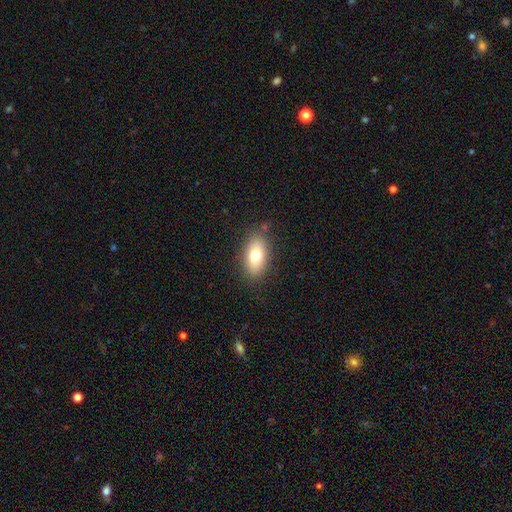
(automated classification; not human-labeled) This appears to be a smooth galaxy with no disk features (75%) that is in between round and cigar-shaped (88%). Merging: none (83%).